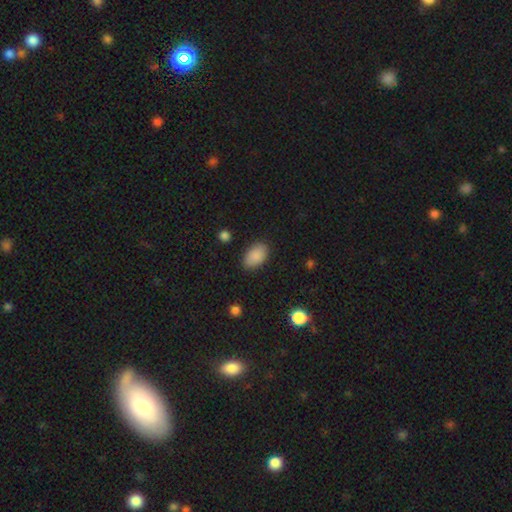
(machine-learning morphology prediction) A smooth galaxy with no disk features (88%) that is in between round and cigar-shaped (92%). Merging: none (84%).